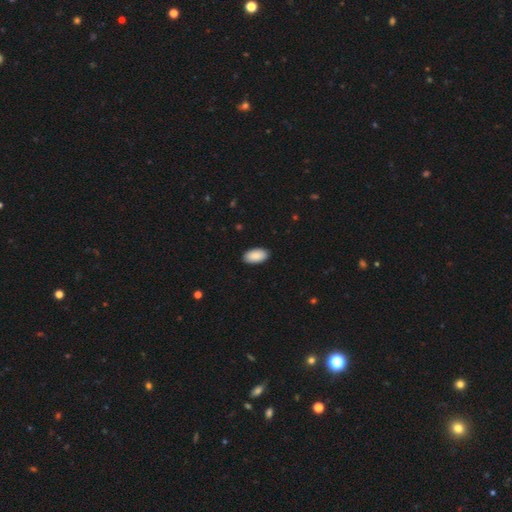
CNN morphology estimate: Overall: smooth (91%). How rounded: in between (96%). Merging: none (90%).